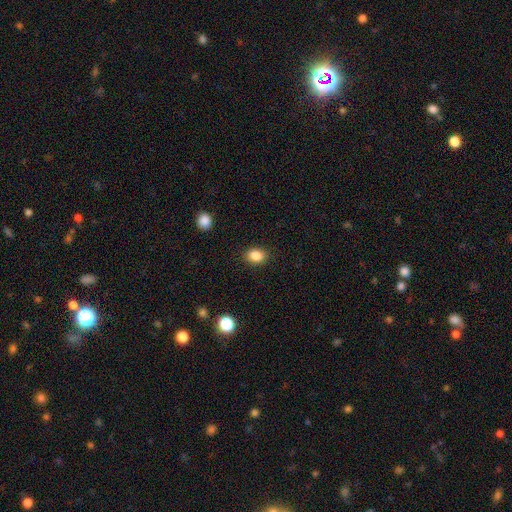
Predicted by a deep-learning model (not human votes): Q: Smooth or featured?
A: smooth (86%); runner-up: star or artifact (10%)
Q: How rounded?
A: in between (62%); runner-up: round (37%)
Q: Merging?
A: none (88%); runner-up: minor disturbance (8%)